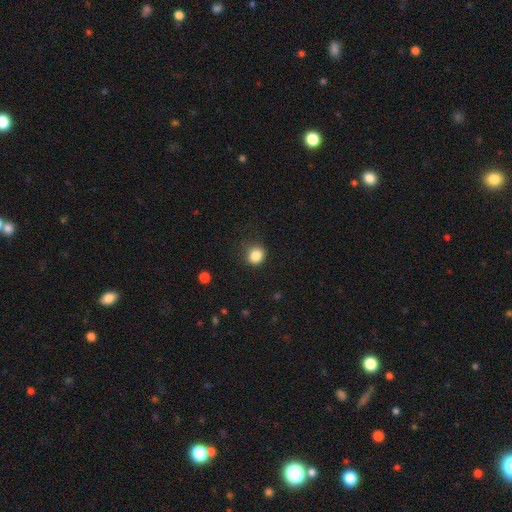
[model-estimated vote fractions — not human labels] A smooth galaxy with no disk features (84%) that is round (84%). Merging: none (83%).